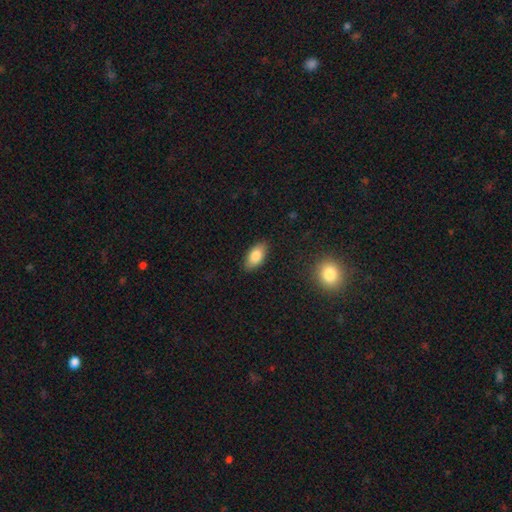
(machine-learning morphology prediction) Smooth or featured? Predicted: smooth (p=0.82). How rounded? Predicted: in between (p=0.91). Merging? Predicted: none (p=0.86).